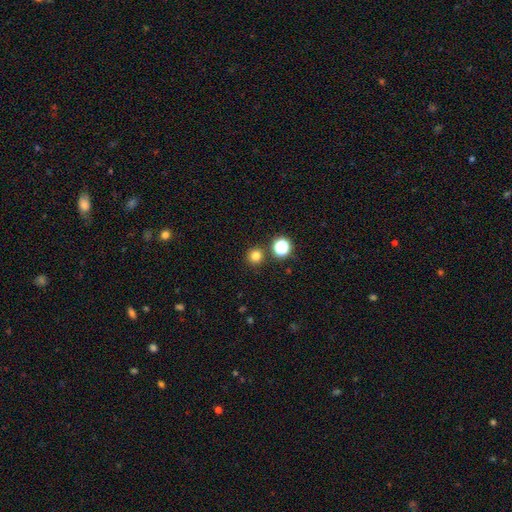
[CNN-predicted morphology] smooth_or_featured: smooth (p=0.78) [alt: star or artifact p=0.17]
how_rounded: round (p=0.95) [alt: in between p=0.04]
merging: none (p=0.87) [alt: minor disturbance p=0.05]